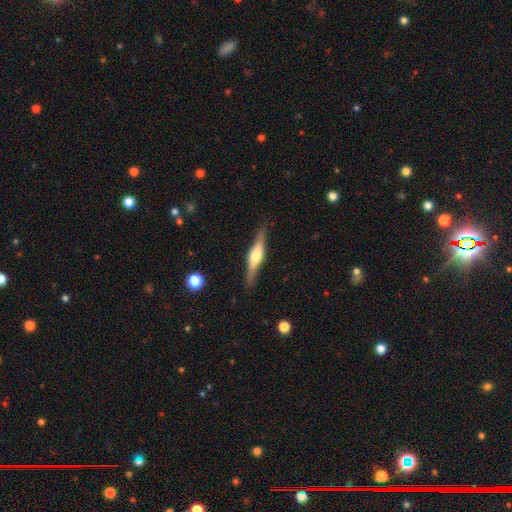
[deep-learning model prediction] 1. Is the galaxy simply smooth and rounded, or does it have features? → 68% featured or disk, 26% smooth, 6% star or artifact.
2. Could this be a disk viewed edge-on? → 96% yes, 4% no.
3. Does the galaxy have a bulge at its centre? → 90% rounded, 8% boxy, 3% none.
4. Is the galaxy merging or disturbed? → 86% none, 10% minor disturbance, 2% major disturbance, 1% merger.